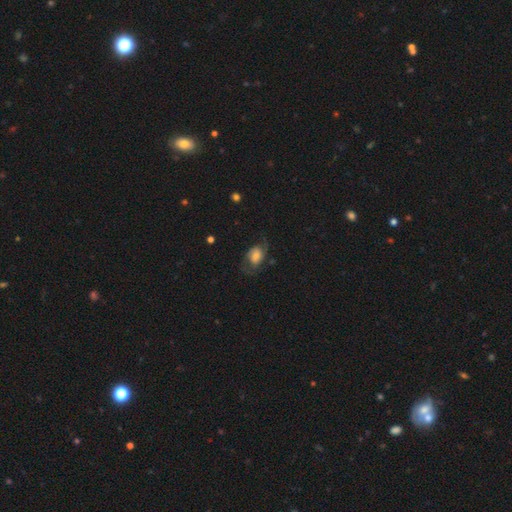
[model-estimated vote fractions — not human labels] Smooth or featured? Predicted: featured or disk (p=0.58). Edge-on disk? Predicted: no (p=0.96). Bar? Predicted: no (p=0.57). Spiral arms? Predicted: yes (p=0.87). Bulge size? Predicted: moderate (p=0.37). Merging? Predicted: none (p=0.61).